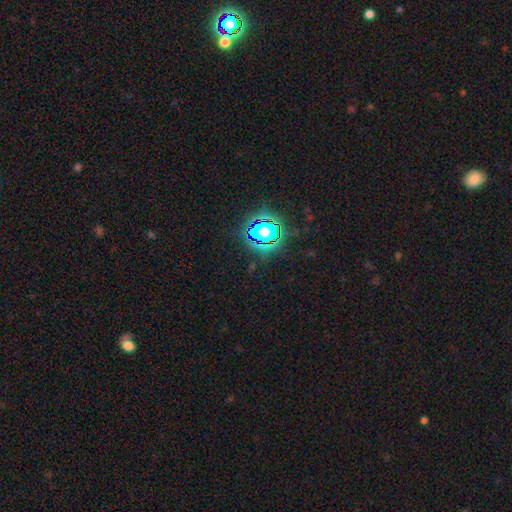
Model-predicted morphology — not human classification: The model was most divided on "smooth or featured": star or artifact: 81%, smooth: 11%, featured or disk: 8%.